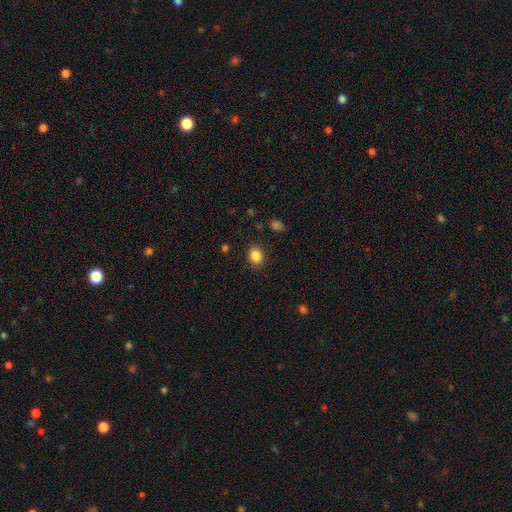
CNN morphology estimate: This appears to be a smooth galaxy with no disk features (86%) that is round (57%). Merging: none (87%).